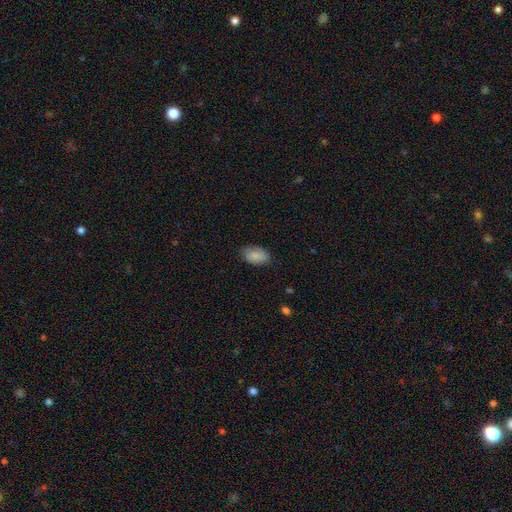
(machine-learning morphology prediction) Q: Smooth or featured?
A: smooth (82%); runner-up: featured or disk (11%)
Q: How rounded?
A: in between (92%); runner-up: round (7%)
Q: Merging?
A: none (75%); runner-up: minor disturbance (20%)